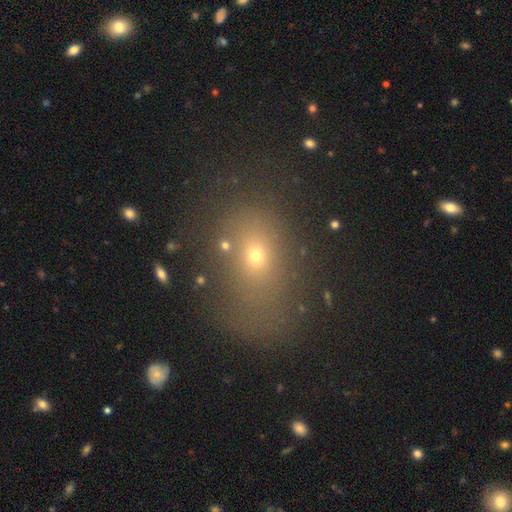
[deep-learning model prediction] This is likely a smooth galaxy (62%). How rounded: likely in between (66%). Merging: likely none (62%).